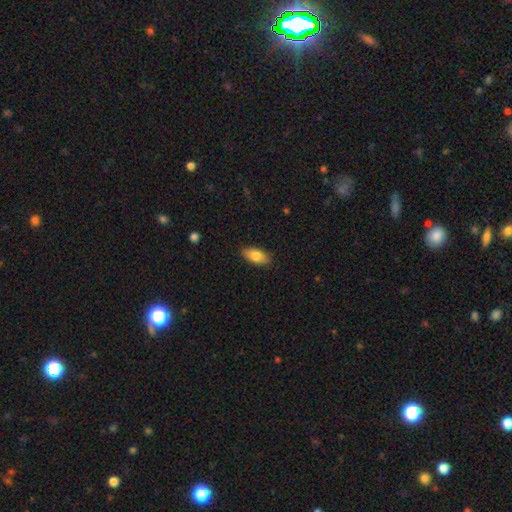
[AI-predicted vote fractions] The model was most divided on "smooth or featured": smooth: 82%, featured or disk: 12%, star or artifact: 6%. More confident: how rounded — in between (90%); merging — none (88%).